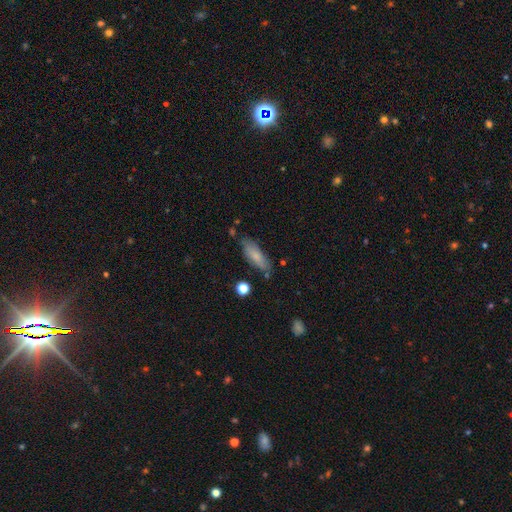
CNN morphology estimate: smooth 77%, featured or disk 16%, star or artifact 7%. Down the decision tree: how rounded — in between (53%); merging — none (74%).